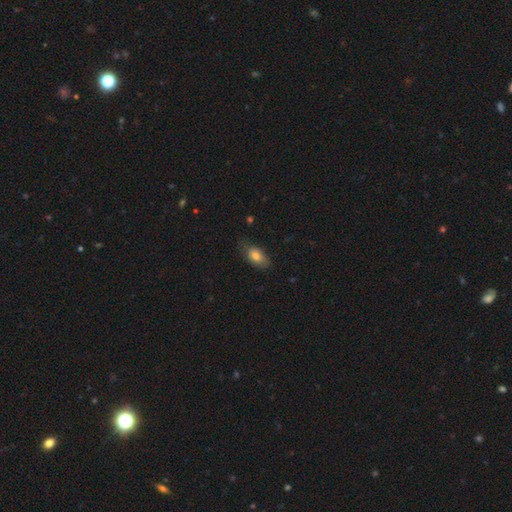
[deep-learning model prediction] Q: Smooth or featured?
A: smooth (78%); runner-up: featured or disk (14%)
Q: How rounded?
A: in between (89%); runner-up: round (6%)
Q: Merging?
A: none (67%); runner-up: minor disturbance (26%)